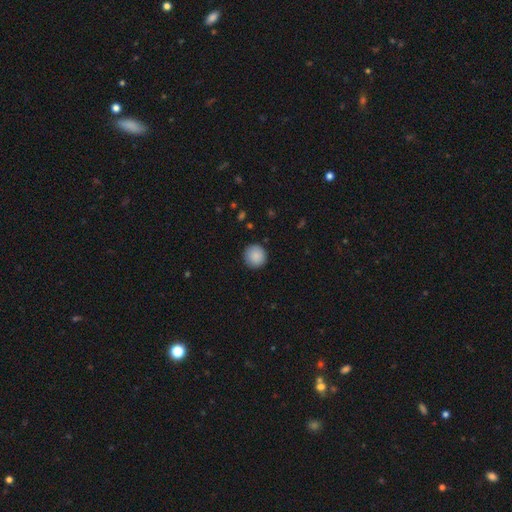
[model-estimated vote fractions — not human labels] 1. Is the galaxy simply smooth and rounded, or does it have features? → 89% smooth, 8% star or artifact, 4% featured or disk.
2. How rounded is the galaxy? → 94% round, 5% in between, 1% cigar-shaped.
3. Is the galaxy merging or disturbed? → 90% none, 7% minor disturbance, 2% major disturbance, 1% merger.